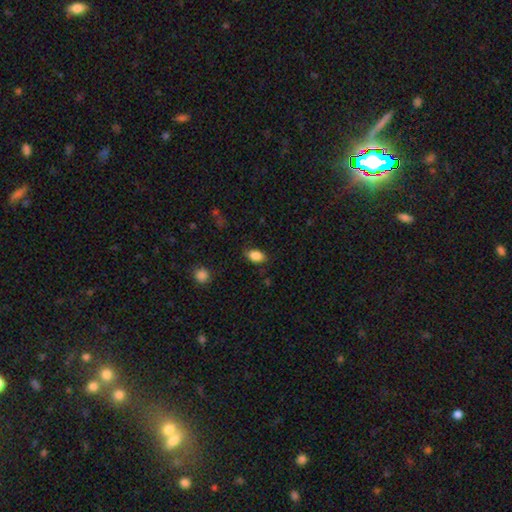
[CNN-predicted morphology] smooth-or-featured: smooth: 86% | star or artifact: 8% | featured or disk: 6%
  how-rounded: in between: 86% | round: 11% | cigar-shaped: 3%
  merging: none: 79% | minor disturbance: 16% | major disturbance: 3% | merger: 1%